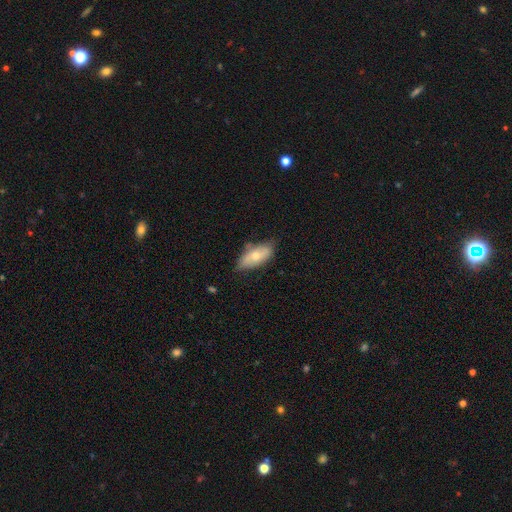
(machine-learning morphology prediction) Smooth or featured: smooth — 59% (featured or disk — 34%)
How rounded: in between — 87% (cigar-shaped — 10%)
Merging: none — 64% (minor disturbance — 28%)